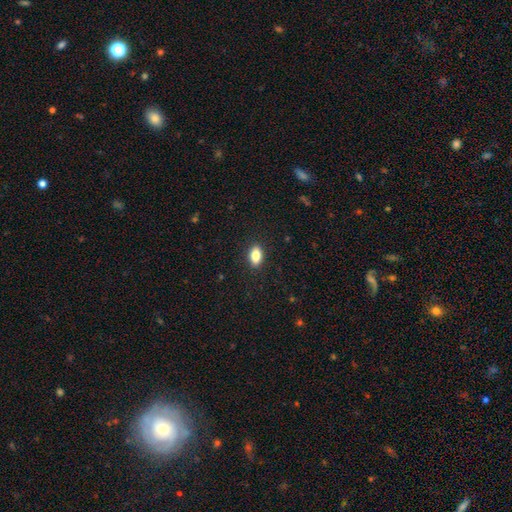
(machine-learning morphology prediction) Smooth or featured?
  - smooth: 85% *
  - star or artifact: 8%
  - featured or disk: 7%
How rounded?
  - in between: 89% *
  - round: 7%
  - cigar-shaped: 5%
Merging?
  - none: 89% *
  - minor disturbance: 8%
  - major disturbance: 2%
  - merger: 1%